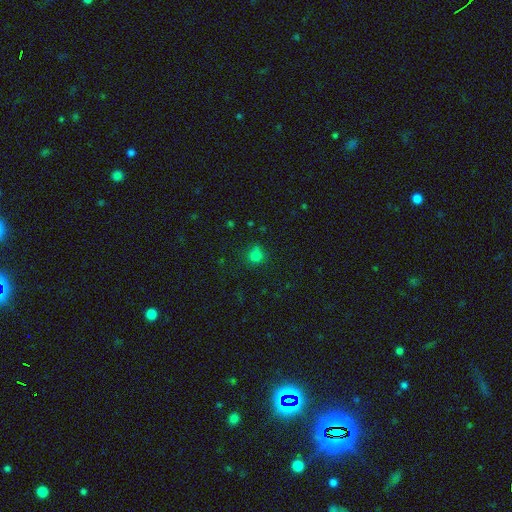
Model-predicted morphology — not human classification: Q: Smooth or featured?
A: smooth (78%); runner-up: star or artifact (17%)
Q: How rounded?
A: round (87%); runner-up: in between (12%)
Q: Merging?
A: none (78%); runner-up: minor disturbance (15%)